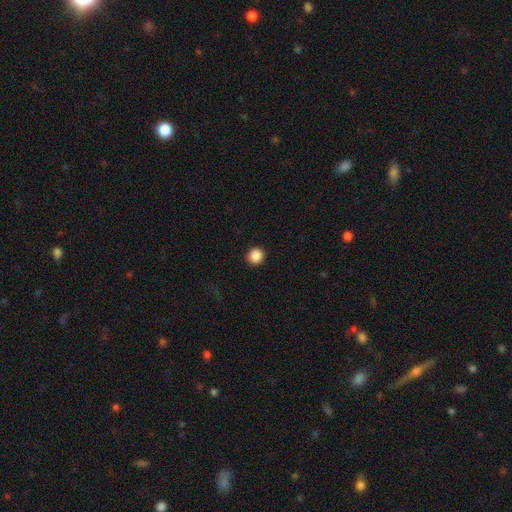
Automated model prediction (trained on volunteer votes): Morphology: type=smooth (88%); roundness=round (92%); merging=none (93%).